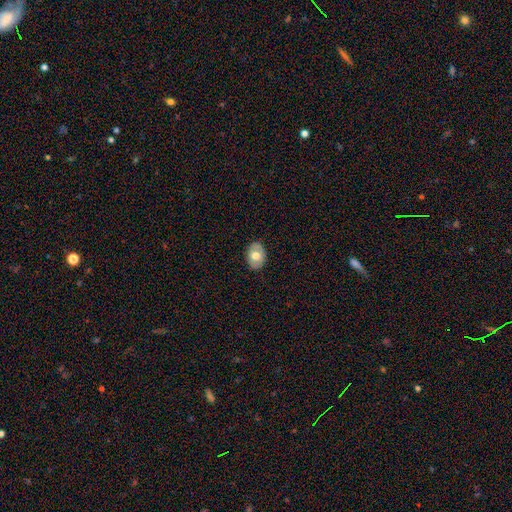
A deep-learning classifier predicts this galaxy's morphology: This appears to be a smooth galaxy with no disk features (62%) that is in between round and cigar-shaped (73%). Merging: none (85%).